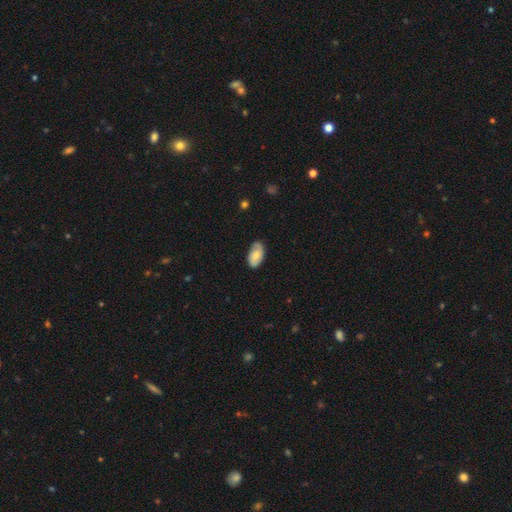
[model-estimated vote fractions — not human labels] Morphology: type=smooth (64%); roundness=in between (94%); merging=none (77%).